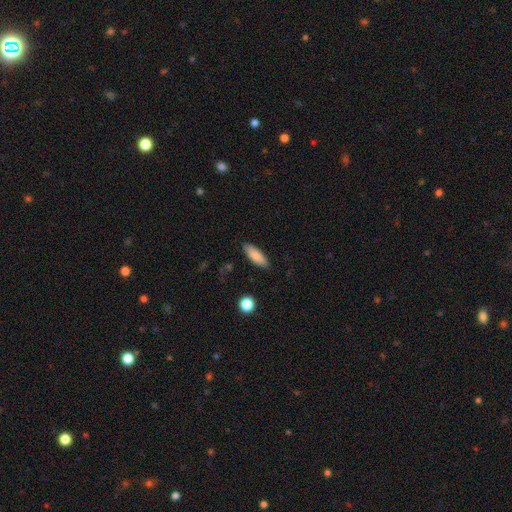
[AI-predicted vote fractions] This is clearly a smooth galaxy (85%). How rounded: likely in between (62%). Merging: clearly none (87%).